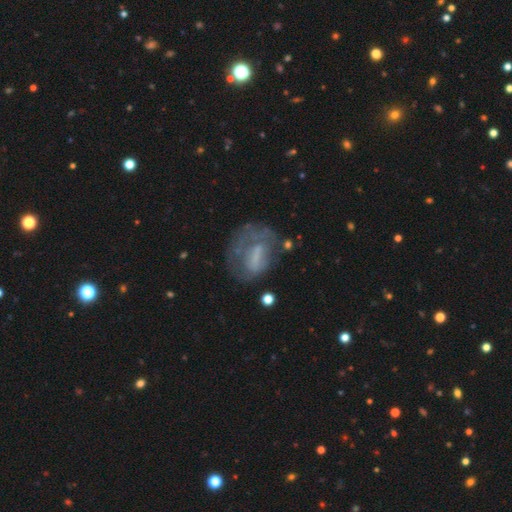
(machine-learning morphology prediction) This appears to be a featured or disk galaxy (51%). Merging: none (43%).